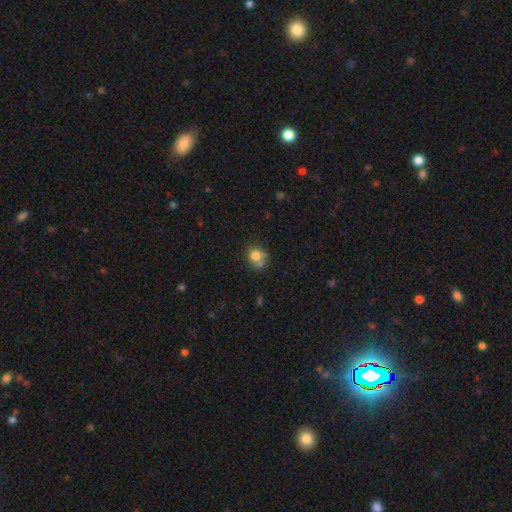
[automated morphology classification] Smooth or featured?
  - smooth: 77% *
  - featured or disk: 12%
  - star or artifact: 11%
How rounded?
  - round: 70% *
  - in between: 29%
  - cigar-shaped: 1%
Merging?
  - none: 53% *
  - minor disturbance: 22%
  - merger: 16%
  - major disturbance: 8%